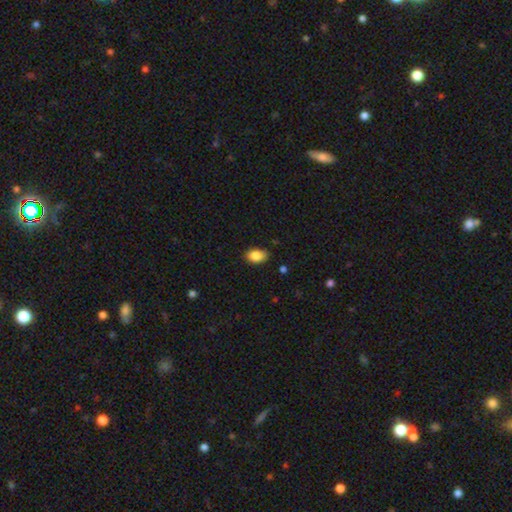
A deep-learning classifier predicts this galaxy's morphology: The model was most divided on "merging": none: 81%, minor disturbance: 16%, major disturbance: 2%, merger: 1%. More confident: how rounded — in between (85%); smooth or featured — smooth (85%).